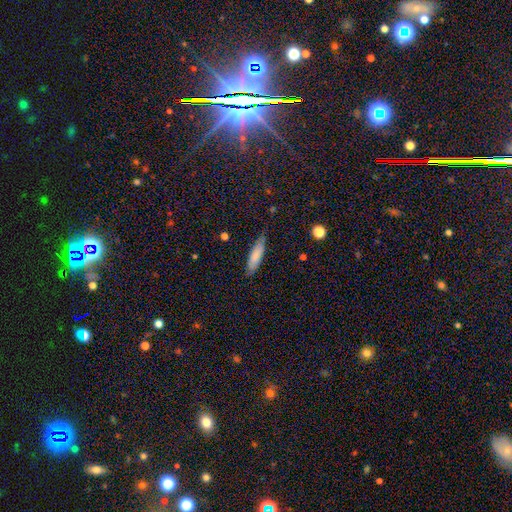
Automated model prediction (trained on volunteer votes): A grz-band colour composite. It shows a smooth galaxy with no disk features (77%) that is cigar-shaped (67%). Merging: none (76%).